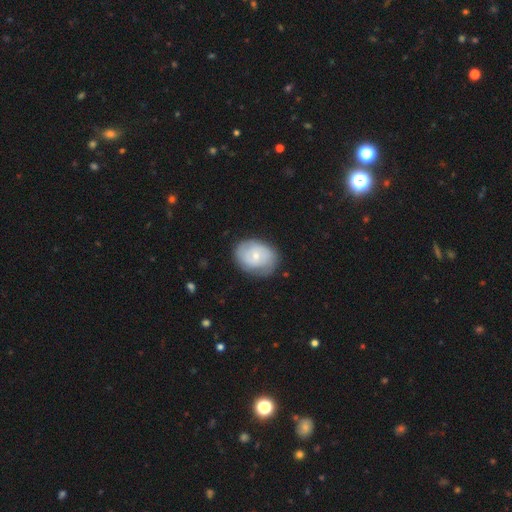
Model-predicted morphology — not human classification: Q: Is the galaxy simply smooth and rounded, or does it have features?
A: featured or disk — 53%.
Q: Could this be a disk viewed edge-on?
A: no — 97%.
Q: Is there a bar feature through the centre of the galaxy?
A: no — 68%.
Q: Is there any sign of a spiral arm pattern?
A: yes — 74%.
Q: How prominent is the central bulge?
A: small — 62%.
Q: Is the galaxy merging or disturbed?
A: none — 73%.